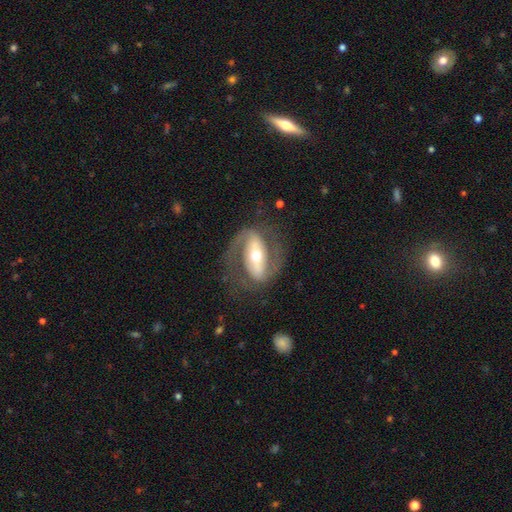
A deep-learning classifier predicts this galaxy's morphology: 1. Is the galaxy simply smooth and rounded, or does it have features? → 85% featured or disk, 10% smooth, 5% star or artifact.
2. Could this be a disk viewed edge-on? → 95% no, 5% yes.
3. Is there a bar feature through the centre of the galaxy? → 60% strong, 23% weak, 17% no.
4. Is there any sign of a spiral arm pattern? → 90% yes, 10% no.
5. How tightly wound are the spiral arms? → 52% medium, 25% tight, 23% loose.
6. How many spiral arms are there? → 88% 2, 5% 1, 4% can't tell, 1% 3, 1% 4, 1% more than 4.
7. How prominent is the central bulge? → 63% moderate, 28% small, 7% large, 1% dominant, 1% none.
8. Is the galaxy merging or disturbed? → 72% none, 14% minor disturbance, 12% major disturbance, 2% merger.